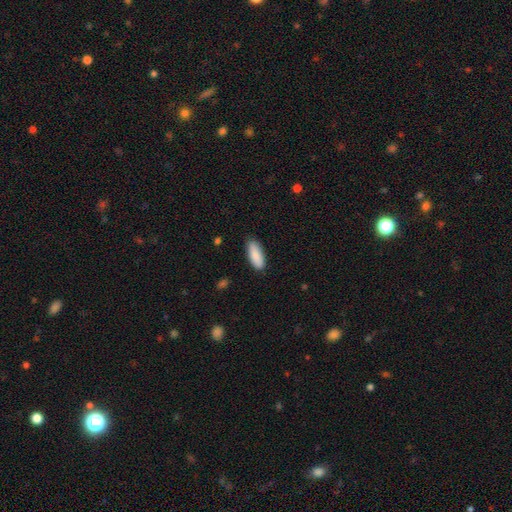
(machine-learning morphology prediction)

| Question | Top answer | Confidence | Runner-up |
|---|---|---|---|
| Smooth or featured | smooth | 88% | featured or disk (6%) |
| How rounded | in between | 77% | cigar-shaped (22%) |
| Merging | none | 84% | minor disturbance (13%) |